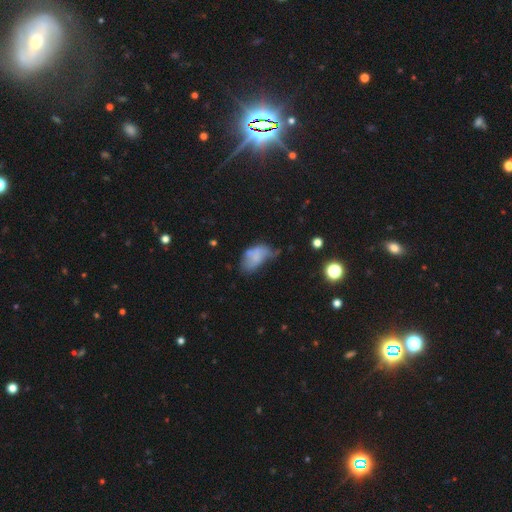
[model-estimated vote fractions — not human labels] Smooth or featured? Predicted: smooth (p=0.57). How rounded? Predicted: in between (p=0.92). Merging? Predicted: minor disturbance (p=0.34).